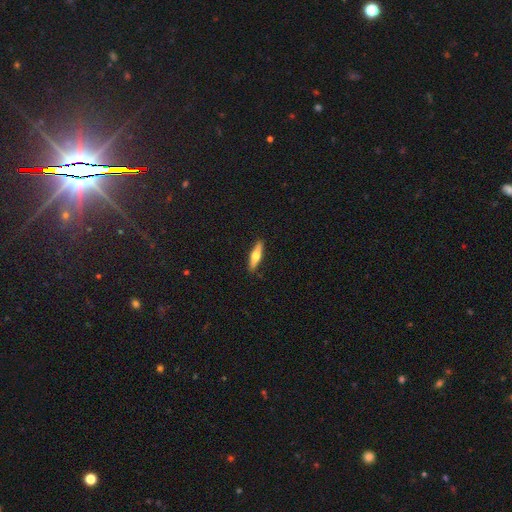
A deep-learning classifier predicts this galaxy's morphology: Smooth or featured? Predicted: featured or disk (p=0.48). Merging? Predicted: none (p=0.90).